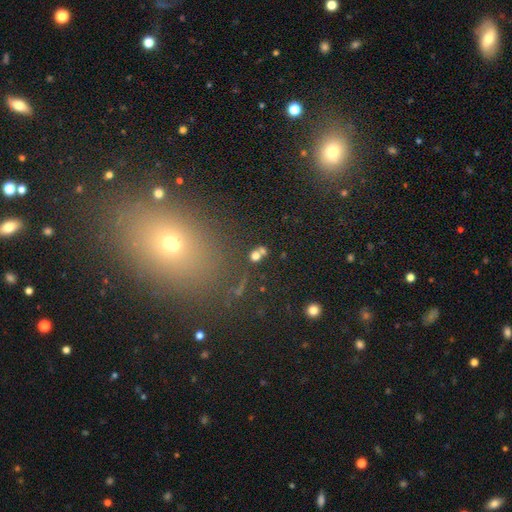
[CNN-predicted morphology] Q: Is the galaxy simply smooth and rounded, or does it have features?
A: smooth — 68%.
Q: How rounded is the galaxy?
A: round — 65%.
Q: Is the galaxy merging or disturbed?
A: none — 57%.